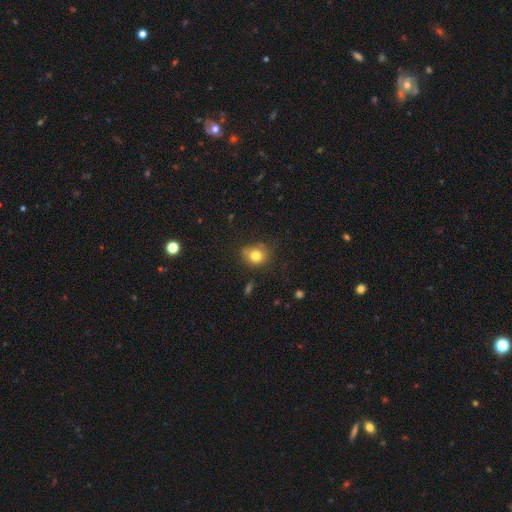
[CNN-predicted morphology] Smooth or featured? smooth (79%)
How rounded? round (71%)
Merging? none (70%)